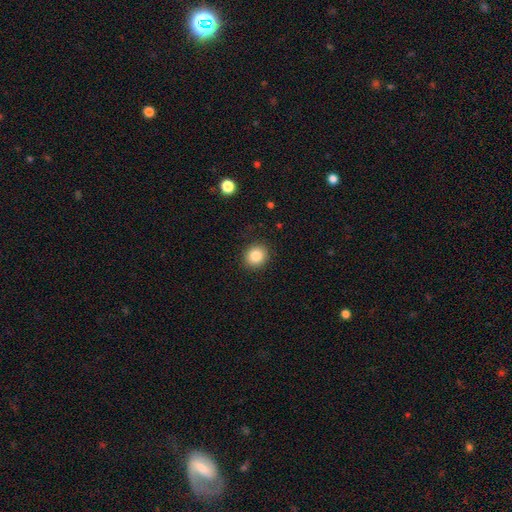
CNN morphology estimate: This appears to be a smooth galaxy with no disk features (84%) that is round (77%). Merging: none (90%).